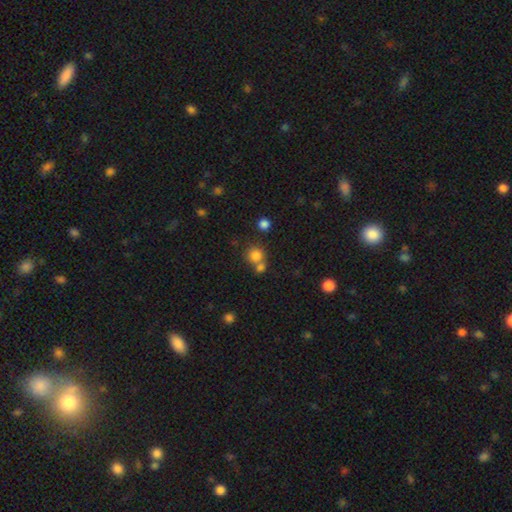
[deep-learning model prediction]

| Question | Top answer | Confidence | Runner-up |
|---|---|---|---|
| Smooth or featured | smooth | 79% | star or artifact (14%) |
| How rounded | round | 88% | in between (11%) |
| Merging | none | 53% | merger (36%) |